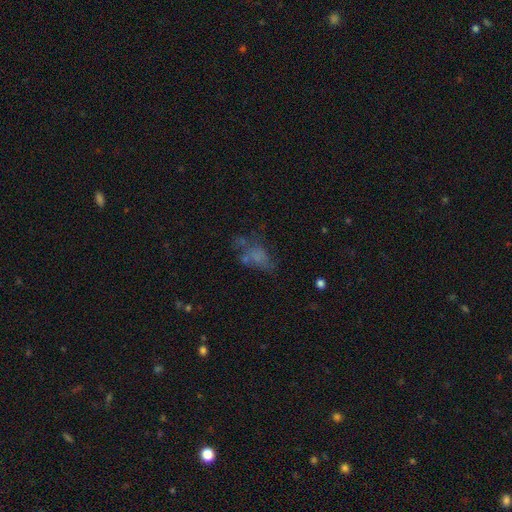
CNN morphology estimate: Q: Smooth or featured?
A: smooth (47%); runner-up: featured or disk (34%)
Q: Merging?
A: major disturbance (33%); runner-up: none (32%)